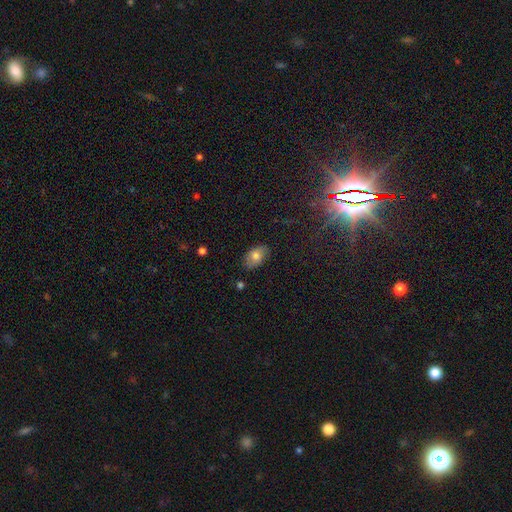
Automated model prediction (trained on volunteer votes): smooth_or_featured: smooth (p=0.74) [alt: featured or disk p=0.17]
how_rounded: in between (p=0.90) [alt: round p=0.08]
merging: none (p=0.80) [alt: minor disturbance p=0.16]